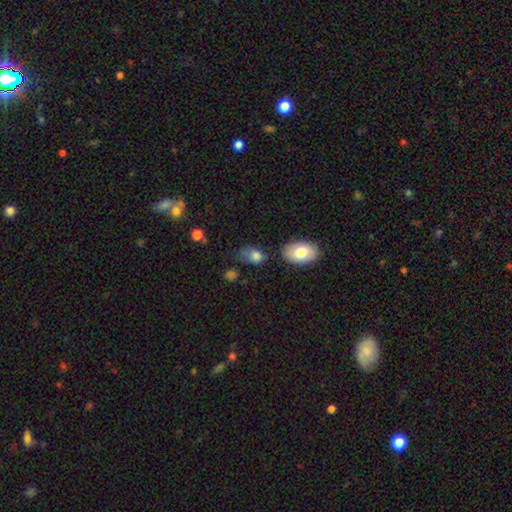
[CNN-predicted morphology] type=smooth (79%); roundness=in between (85%); merging=none (48%).